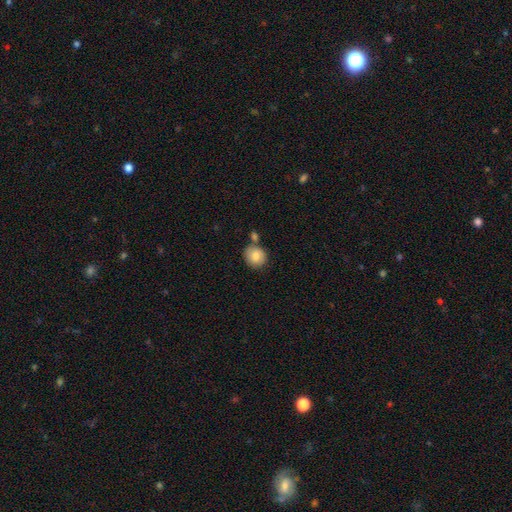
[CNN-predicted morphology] Smooth or featured? smooth (83%)
How rounded? round (84%)
Merging? none (66%)